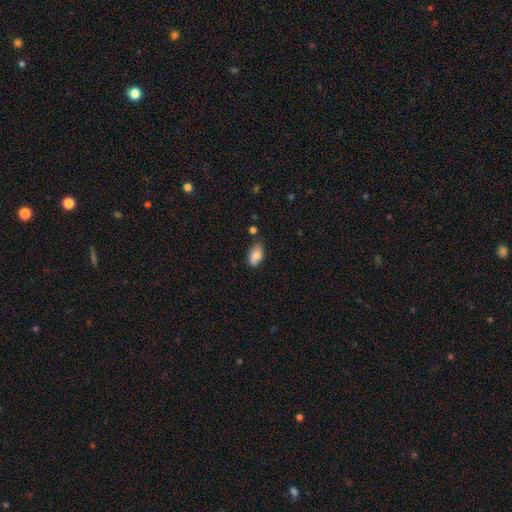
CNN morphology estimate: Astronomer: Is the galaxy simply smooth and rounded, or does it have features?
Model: smooth — 81%.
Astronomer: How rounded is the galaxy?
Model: in between — 92%.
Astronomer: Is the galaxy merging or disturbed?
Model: none — 65%.